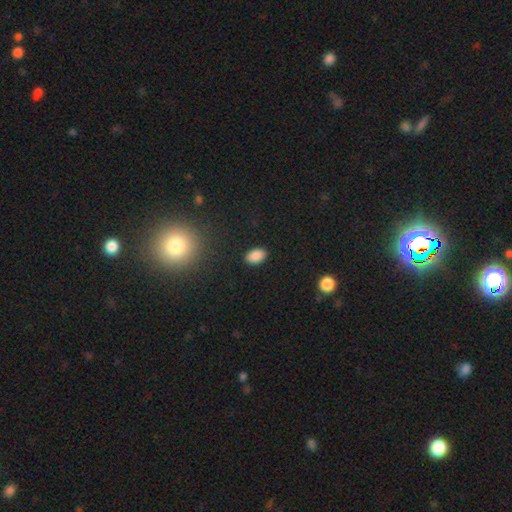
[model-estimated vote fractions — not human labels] smooth 87%, star or artifact 10%, featured or disk 3%. Down the decision tree: how rounded — in between (90%); merging — none (89%).